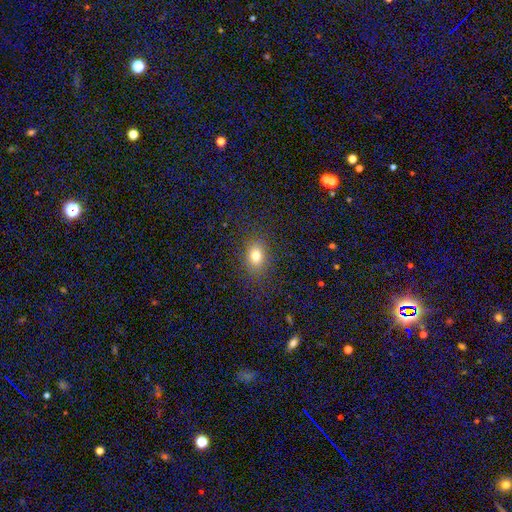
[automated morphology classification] smooth-or-featured: smooth: 78% | star or artifact: 14% | featured or disk: 8%
  how-rounded: in between: 68% | round: 31% | cigar-shaped: 2%
  merging: none: 86% | minor disturbance: 9% | major disturbance: 4% | merger: 1%